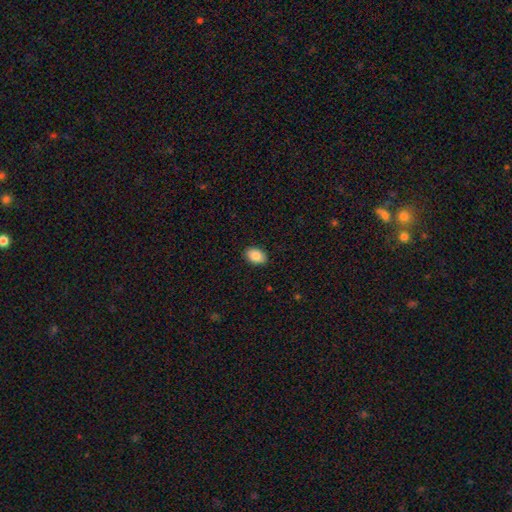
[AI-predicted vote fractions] Smooth or featured: smooth — 87% (star or artifact — 7%)
How rounded: in between — 86% (round — 13%)
Merging: none — 89% (minor disturbance — 8%)